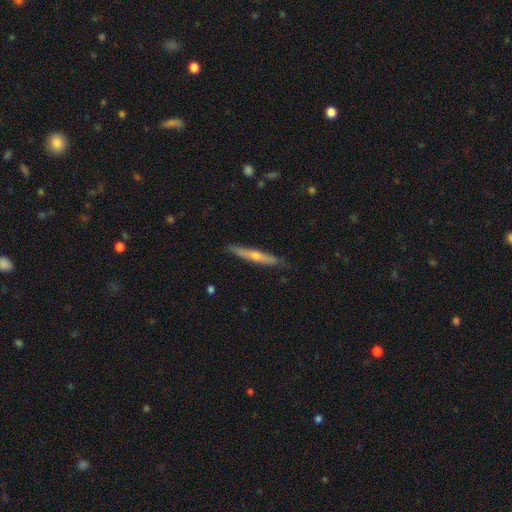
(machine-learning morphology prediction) The model was most divided on "smooth or featured": featured or disk: 60%, smooth: 31%, star or artifact: 8%. More confident: edge-on disk — yes (94%); merging — none (87%); edge-on bulge — rounded (80%).